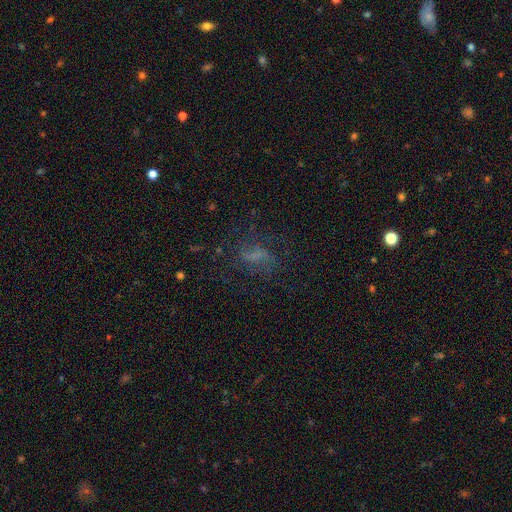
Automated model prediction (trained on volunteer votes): Morphology: type=featured or disk (44%); merging=none (60%).